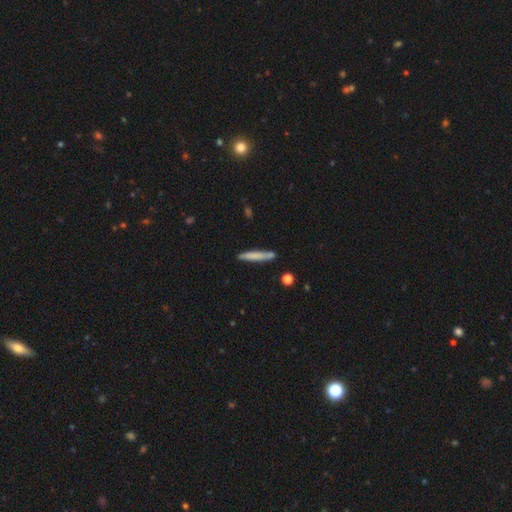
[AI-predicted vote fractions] Morphology: type=smooth (71%); roundness=cigar-shaped (95%); merging=none (82%).